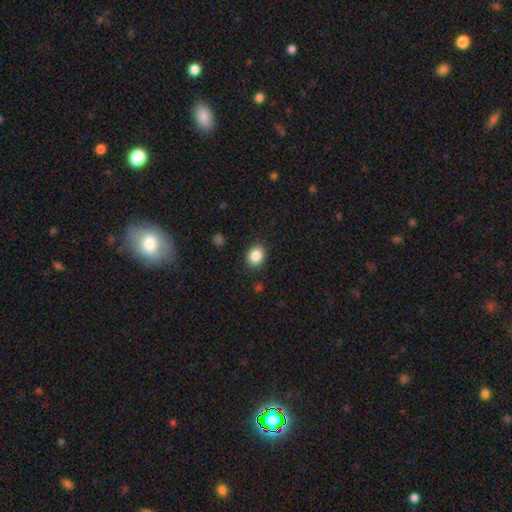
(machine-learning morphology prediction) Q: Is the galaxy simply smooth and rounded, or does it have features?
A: smooth — 86%.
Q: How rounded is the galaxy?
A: round — 52%.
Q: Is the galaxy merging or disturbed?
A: none — 87%.